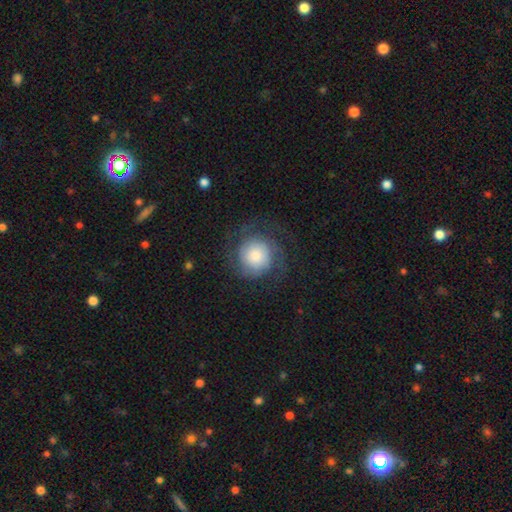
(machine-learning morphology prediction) smooth_or_featured: smooth (p=0.46) [tied with: featured or disk p=0.46]
merging: none (p=0.69) [alt: minor disturbance p=0.15]